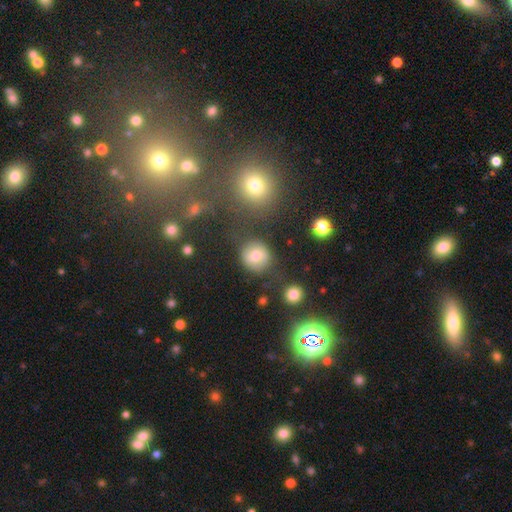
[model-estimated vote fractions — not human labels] Smooth or featured?
  - smooth: 74% *
  - featured or disk: 14%
  - star or artifact: 13%
How rounded?
  - round: 87% *
  - in between: 12%
  - cigar-shaped: 1%
Merging?
  - none: 81% *
  - minor disturbance: 11%
  - major disturbance: 4%
  - merger: 4%